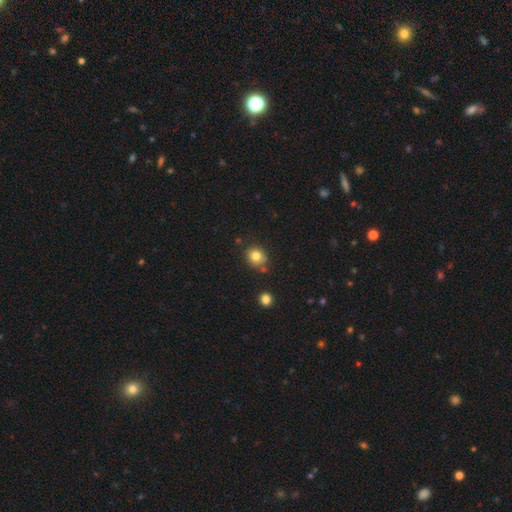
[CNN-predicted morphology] smooth 81%, star or artifact 12%, featured or disk 8%. Down the decision tree: how rounded — round (78%); merging — none (76%).